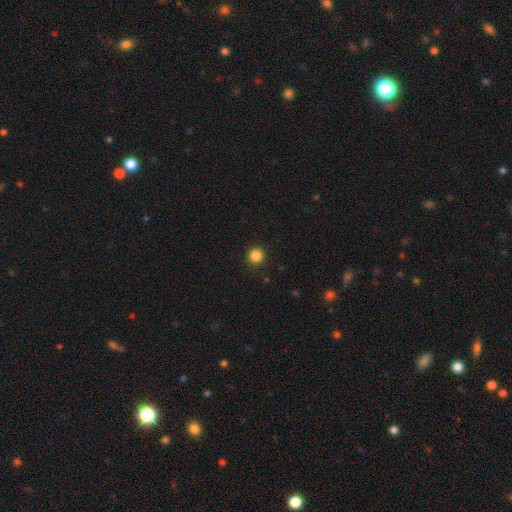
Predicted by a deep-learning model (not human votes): Smooth or featured: smooth — 85% (star or artifact — 12%)
How rounded: round — 94% (in between — 5%)
Merging: none — 92% (minor disturbance — 5%)